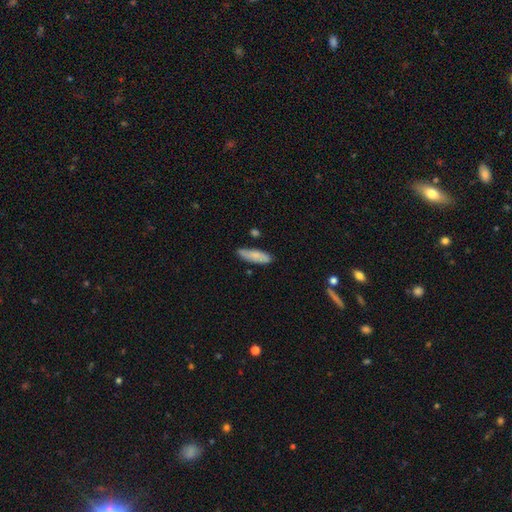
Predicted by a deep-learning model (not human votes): Smooth or featured? Predicted: smooth (p=0.78). How rounded? Predicted: cigar-shaped (p=0.52). Merging? Predicted: none (p=0.78).